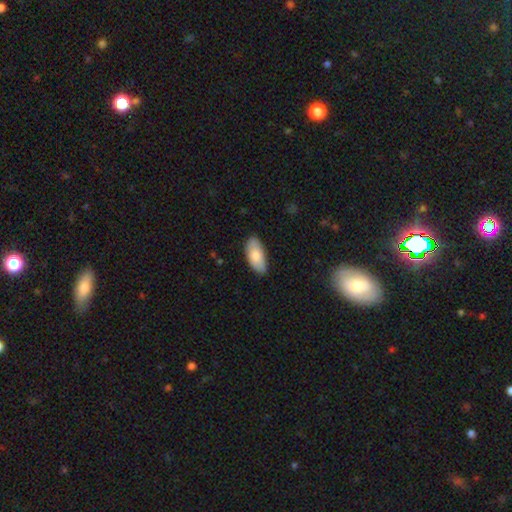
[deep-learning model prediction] smooth 82%, featured or disk 12%, star or artifact 5%. Down the decision tree: how rounded — in between (92%); merging — none (83%).